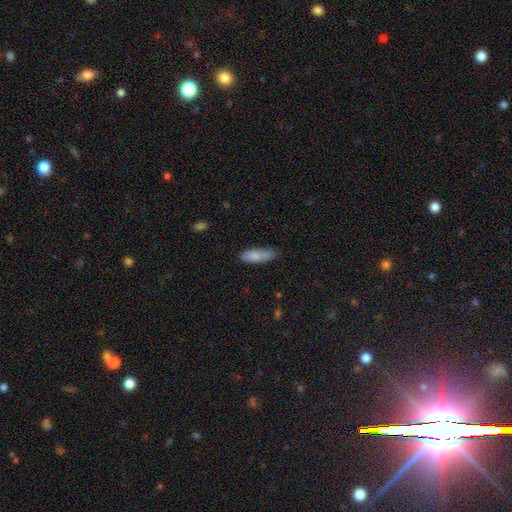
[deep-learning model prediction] smooth 85%, featured or disk 9%, star or artifact 6%. Down the decision tree: how rounded — in between (49%, tied with cigar-shaped); merging — none (74%).